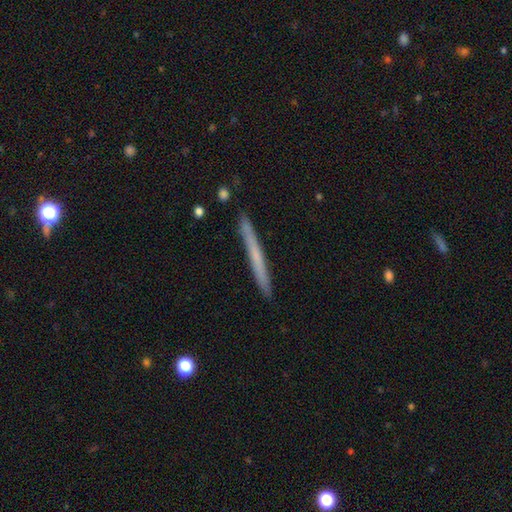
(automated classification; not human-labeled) smooth_or_featured: smooth (p=0.48) [alt: featured or disk p=0.45]
merging: none (p=0.89) [alt: minor disturbance p=0.08]